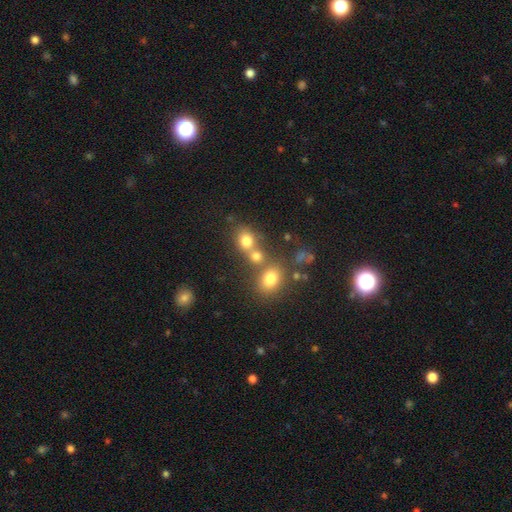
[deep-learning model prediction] A smooth galaxy with no disk features (58%) that is round (74%). Merging: none (49%).